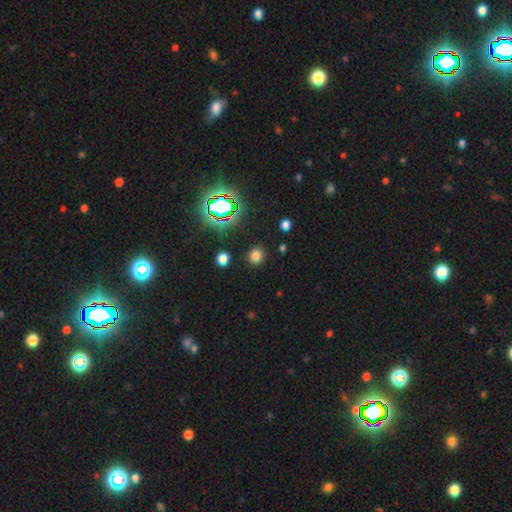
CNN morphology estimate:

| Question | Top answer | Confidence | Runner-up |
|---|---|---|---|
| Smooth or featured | smooth | 74% | star or artifact (21%) |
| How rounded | round | 82% | in between (17%) |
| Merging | none | 87% | minor disturbance (7%) |